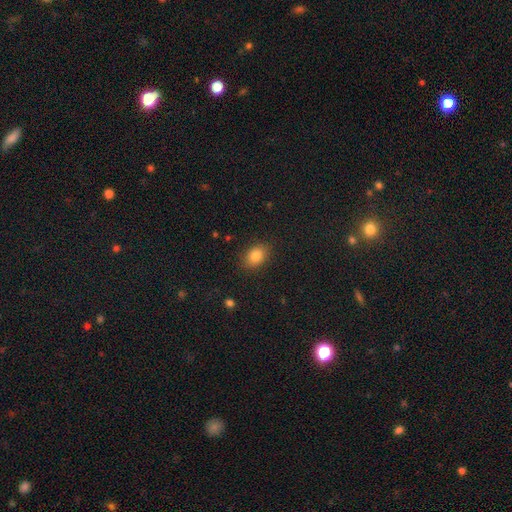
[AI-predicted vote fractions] This is clearly a smooth galaxy (82%). How rounded: likely in between (76%). Merging: clearly none (87%).